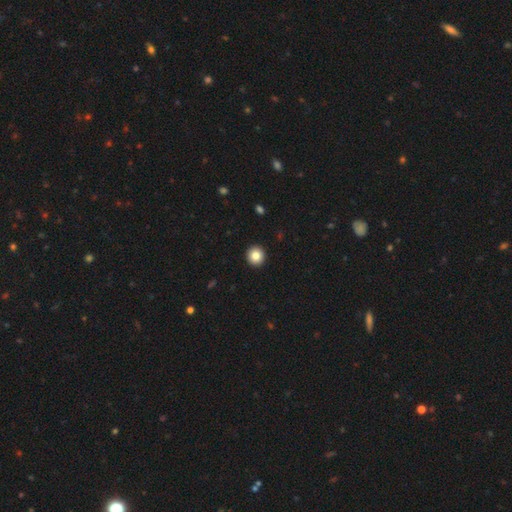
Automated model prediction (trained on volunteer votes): A smooth galaxy with no disk features (84%) that is round (95%).

Vote fractions:
- Smooth or featured? smooth: 84% / star or artifact: 9% / featured or disk: 7%
- How rounded? round: 95% / in between: 4% / cigar-shaped: 1%
- Merging? none: 94% / minor disturbance: 4% / major disturbance: 1% / merger: 1%